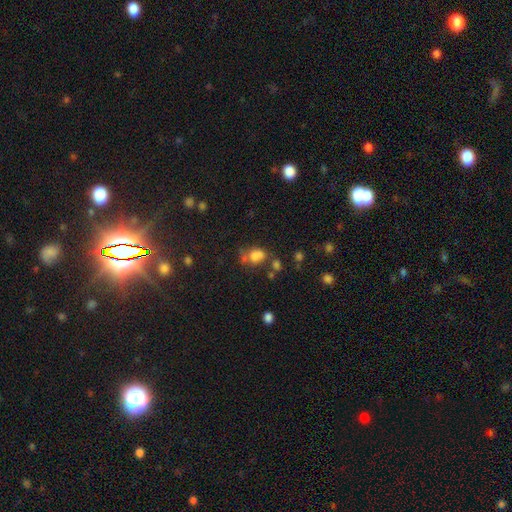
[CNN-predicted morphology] Smooth or featured: smooth — 71% (star or artifact — 17%)
How rounded: in between — 58% (round — 41%)
Merging: none — 39% (merger — 26%)